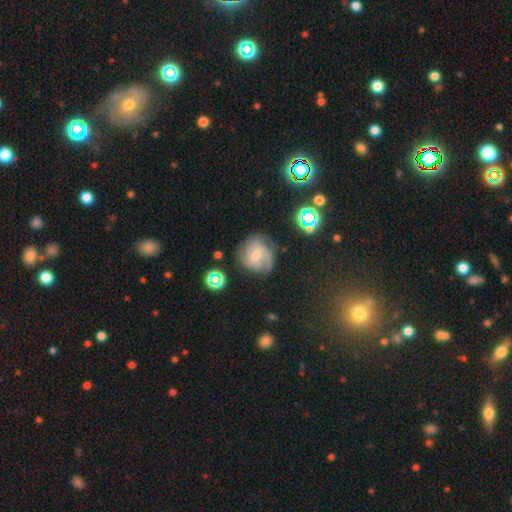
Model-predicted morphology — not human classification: A featured or disk galaxy (71%) with a weak bar (50%), 2 (36%) medium (43%) spiral arms (92%) and a small central bulge (55%).

Vote fractions:
- Smooth or featured? featured or disk: 71% / smooth: 17% / star or artifact: 13%
- Edge-on disk? no: 97% / yes: 3%
- Bar? weak: 50% / no: 36% / strong: 14%
- Spiral arms? yes: 92% / no: 8%
- Spiral winding? medium: 43% / tight: 39% / loose: 19%
- Spiral arm count? 2: 36% / can't tell: 27% / 3: 20% / 1: 9% / 4: 5% / more than 4: 4%
- Bulge size? small: 55% / moderate: 38% / none: 4% / large: 2% / dominant: 1%
- Merging? none: 62% / minor disturbance: 23% / major disturbance: 12% / merger: 3%